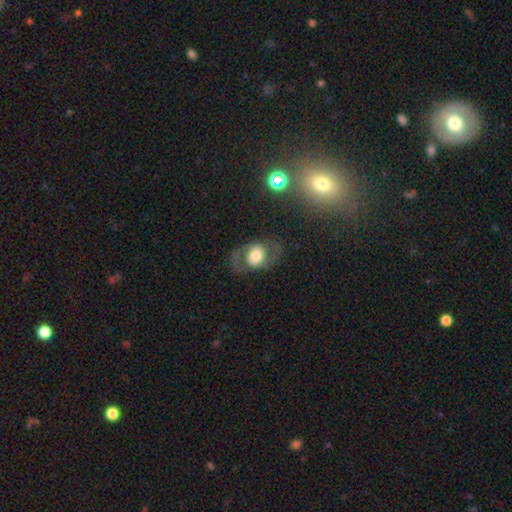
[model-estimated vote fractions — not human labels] smooth_or_featured: featured or disk (p=0.53) [alt: smooth p=0.39]
disk_edge_on: no (p=0.92) [alt: yes p=0.08]
merging: none (p=0.70) [alt: minor disturbance p=0.15]